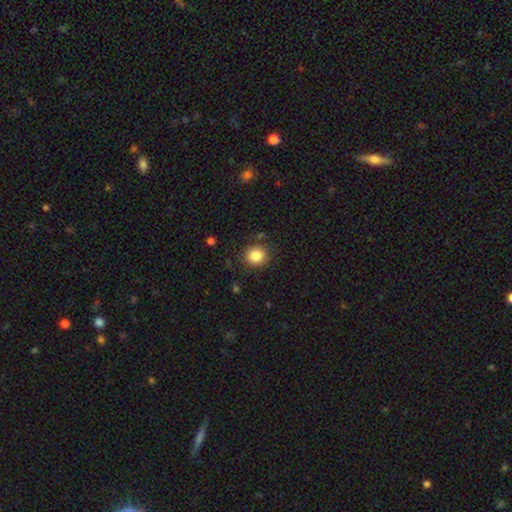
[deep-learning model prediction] Overall: smooth (85%). How rounded: round (85%). Merging: none (86%).